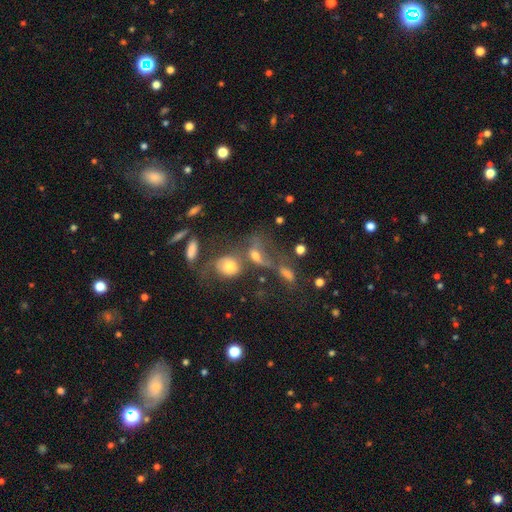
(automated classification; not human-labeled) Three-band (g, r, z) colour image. It shows a smooth galaxy with no disk features (50%). Merging: merger (44%).